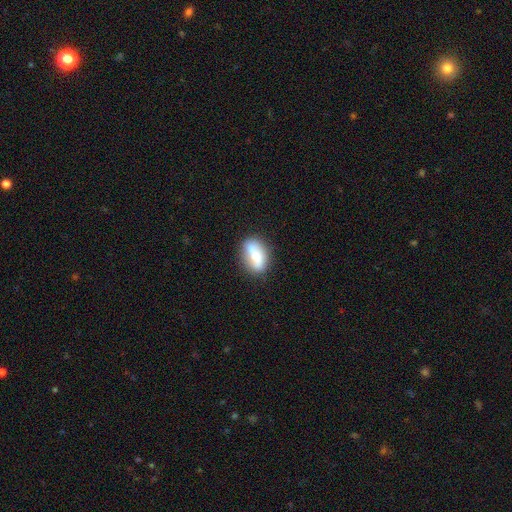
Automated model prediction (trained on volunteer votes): This appears to be a smooth galaxy with no disk features (60%) that is in between round and cigar-shaped (78%). Merging: none (65%).